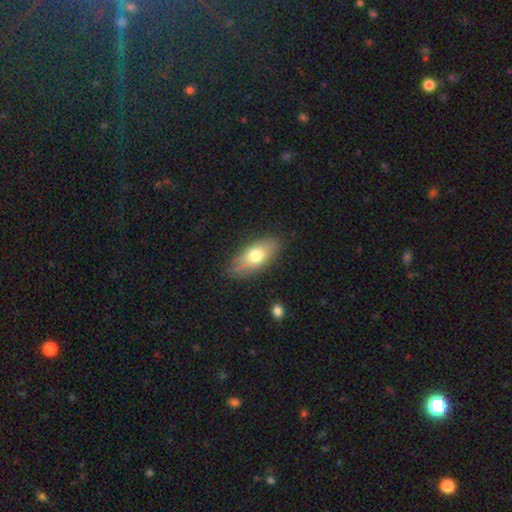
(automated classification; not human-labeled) Overall: smooth (69%). How rounded: in between (85%). Merging: none (82%).